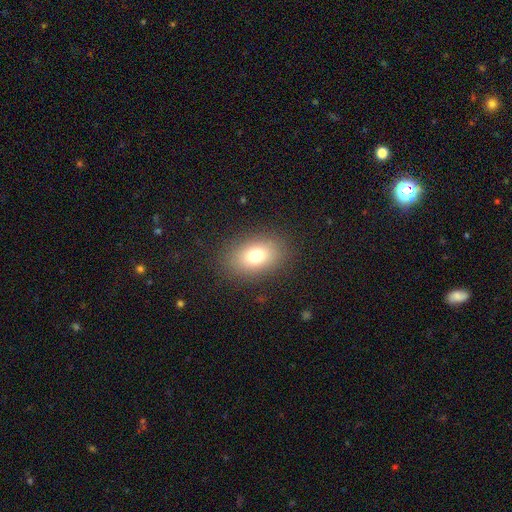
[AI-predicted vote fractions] Smooth or featured: smooth — 75% (featured or disk — 13%)
How rounded: in between — 80% (round — 19%)
Merging: none — 86% (minor disturbance — 9%)